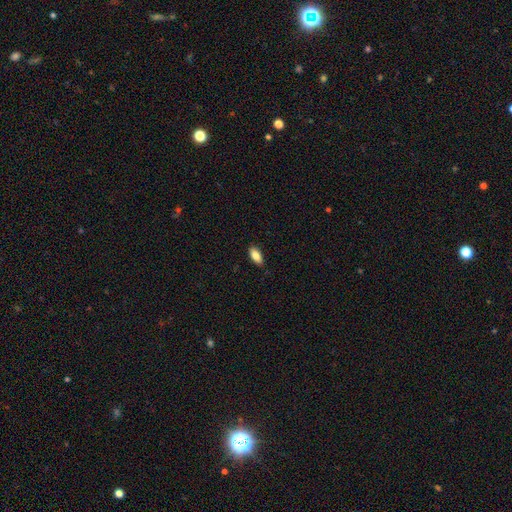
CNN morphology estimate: Overall: smooth (83%). How rounded: in between (87%). Merging: none (88%).